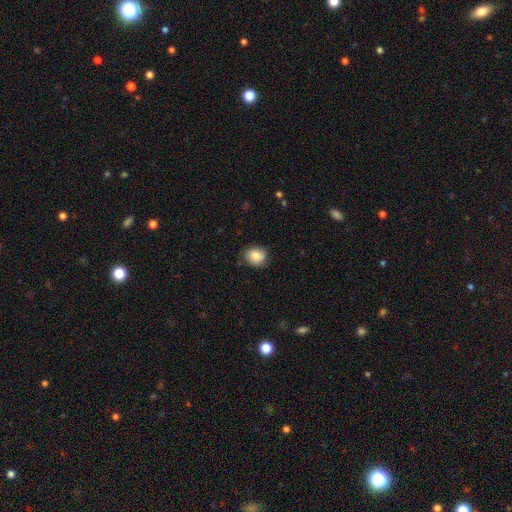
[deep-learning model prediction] A smooth galaxy with no disk features (81%) that is round (67%).

Vote fractions:
- Smooth or featured? smooth: 81% / featured or disk: 10% / star or artifact: 8%
- How rounded? round: 67% / in between: 32% / cigar-shaped: 1%
- Merging? none: 82% / minor disturbance: 14% / major disturbance: 3% / merger: 1%